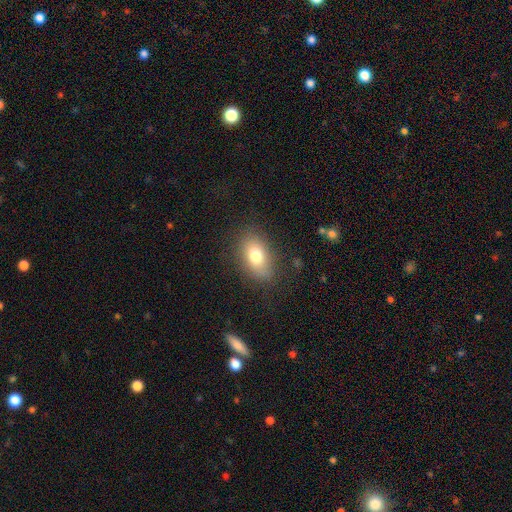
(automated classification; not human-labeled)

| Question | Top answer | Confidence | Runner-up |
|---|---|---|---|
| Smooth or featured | smooth | 77% | featured or disk (14%) |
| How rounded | in between | 86% | round (12%) |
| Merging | none | 79% | minor disturbance (14%) |